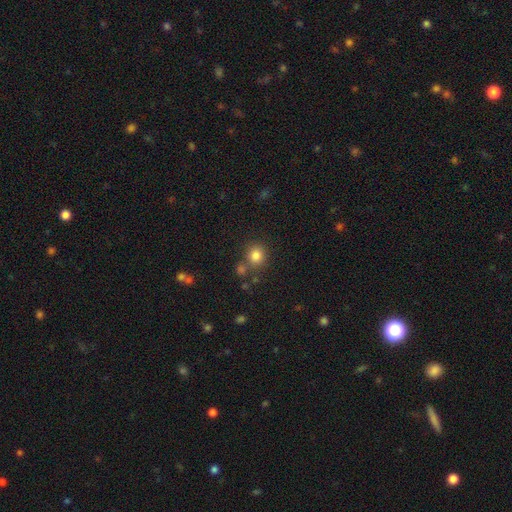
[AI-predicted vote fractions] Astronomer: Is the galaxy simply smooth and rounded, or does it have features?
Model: smooth — 82%.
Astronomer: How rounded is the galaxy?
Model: round — 86%.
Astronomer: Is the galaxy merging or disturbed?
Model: none — 75%.